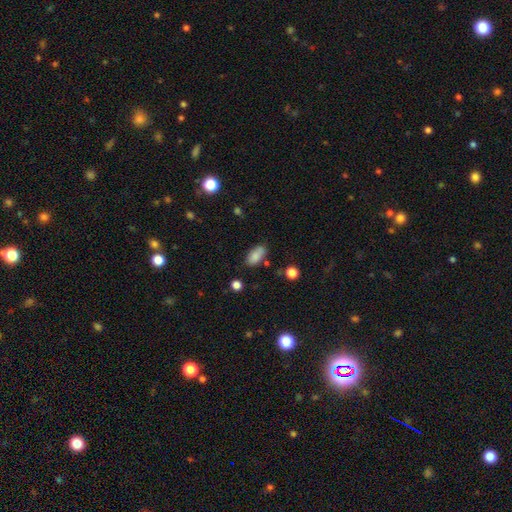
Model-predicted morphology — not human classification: Smooth or featured?
  - smooth: 85% *
  - star or artifact: 8%
  - featured or disk: 6%
How rounded?
  - in between: 90% *
  - cigar-shaped: 6%
  - round: 4%
Merging?
  - none: 74% *
  - minor disturbance: 17%
  - merger: 4%
  - major disturbance: 4%